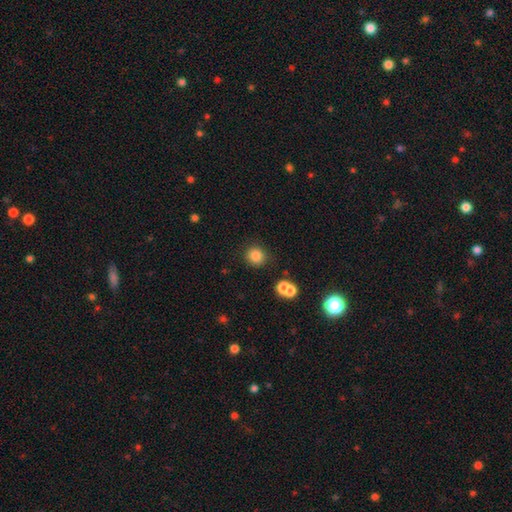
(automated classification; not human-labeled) This appears to be a smooth galaxy with no disk features (83%) that is round (90%). Merging: none (83%).